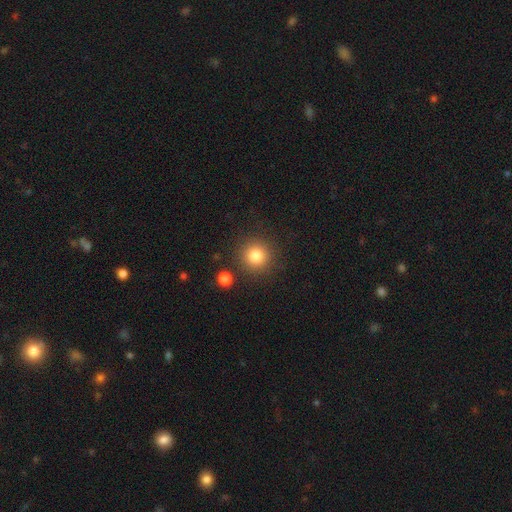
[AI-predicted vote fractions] Smooth or featured: smooth — 82% (star or artifact — 11%)
How rounded: round — 94% (in between — 5%)
Merging: none — 86% (minor disturbance — 7%)